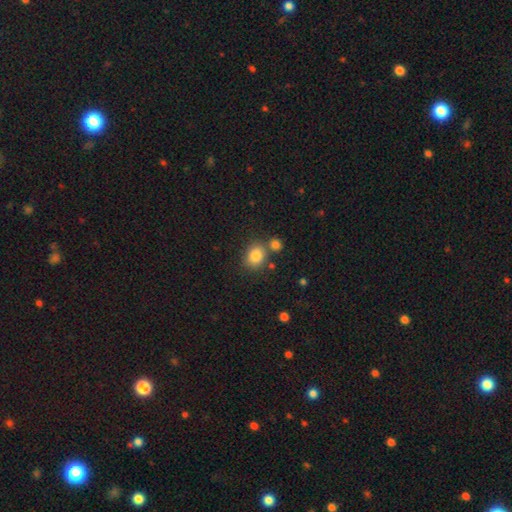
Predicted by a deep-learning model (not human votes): Smooth or featured: smooth — 83% (star or artifact — 10%)
How rounded: round — 55% (in between — 44%)
Merging: none — 67% (merger — 18%)